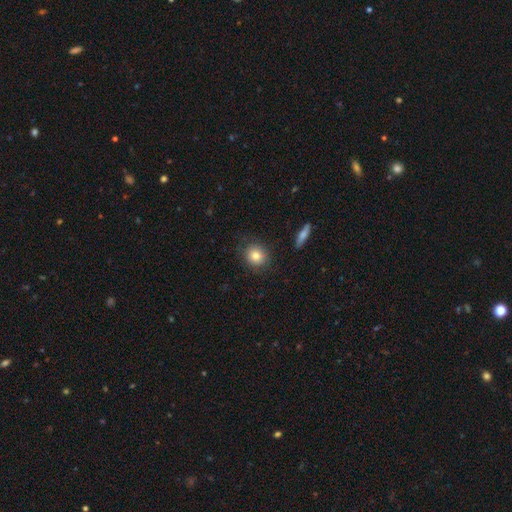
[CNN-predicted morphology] type=smooth (81%); roundness=round (84%); merging=none (83%).